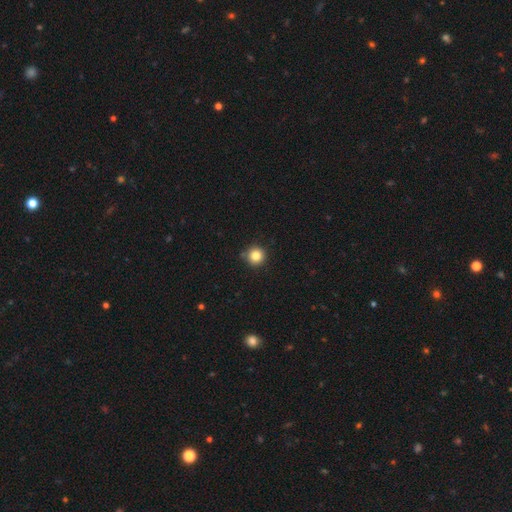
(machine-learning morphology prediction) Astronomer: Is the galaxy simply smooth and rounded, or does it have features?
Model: smooth — 84%.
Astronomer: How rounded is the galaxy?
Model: round — 96%.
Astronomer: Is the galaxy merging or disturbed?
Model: none — 88%.